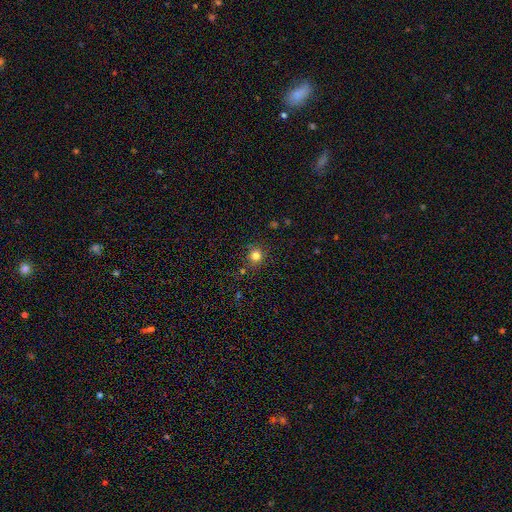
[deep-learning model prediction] The model was most divided on "smooth or featured": smooth: 80%, star or artifact: 15%, featured or disk: 5%. More confident: how rounded — round (92%); merging — none (85%).